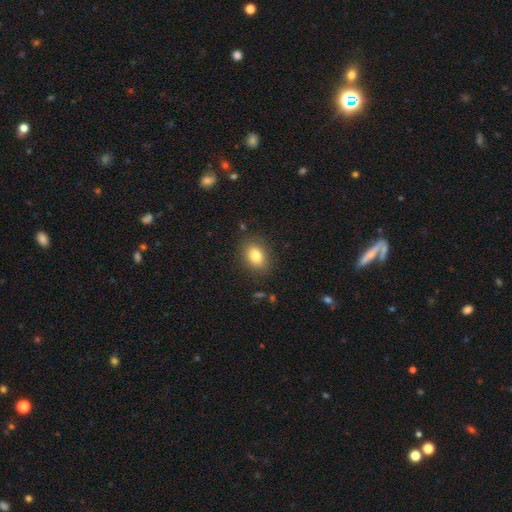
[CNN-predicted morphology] smooth 81%, star or artifact 10%, featured or disk 9%. Down the decision tree: how rounded — in between (72%); merging — none (85%).